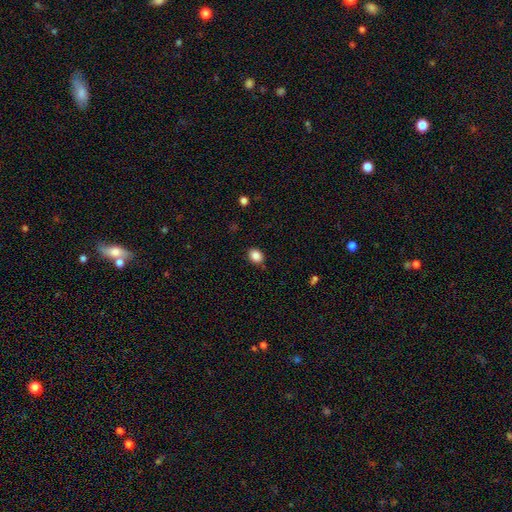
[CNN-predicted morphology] A smooth galaxy with no disk features (87%) that is in between round and cigar-shaped (55%).

Vote fractions:
- Smooth or featured? smooth: 87% / star or artifact: 9% / featured or disk: 4%
- How rounded? in between: 55% / round: 44% / cigar-shaped: 1%
- Merging? none: 85% / minor disturbance: 11% / major disturbance: 2% / merger: 1%